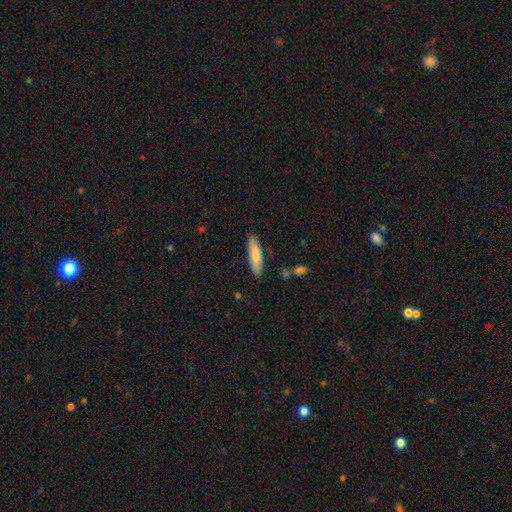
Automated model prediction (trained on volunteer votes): Smooth or featured? Predicted: smooth (p=0.75). How rounded? Predicted: cigar-shaped (p=0.68). Merging? Predicted: none (p=0.85).